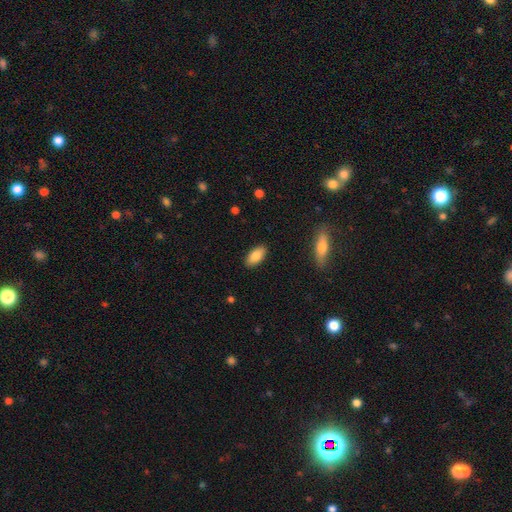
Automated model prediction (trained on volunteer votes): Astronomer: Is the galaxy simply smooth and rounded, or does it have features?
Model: smooth — 84%.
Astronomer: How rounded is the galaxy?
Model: in between — 90%.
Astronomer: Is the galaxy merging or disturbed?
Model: none — 89%.